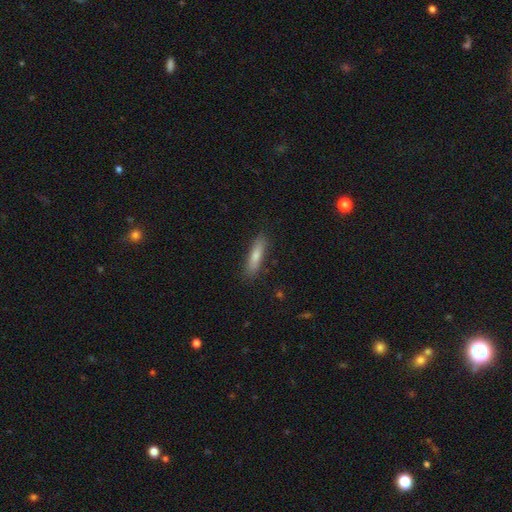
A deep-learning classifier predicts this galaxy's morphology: type=smooth (71%); roundness=cigar-shaped (76%); merging=none (87%).